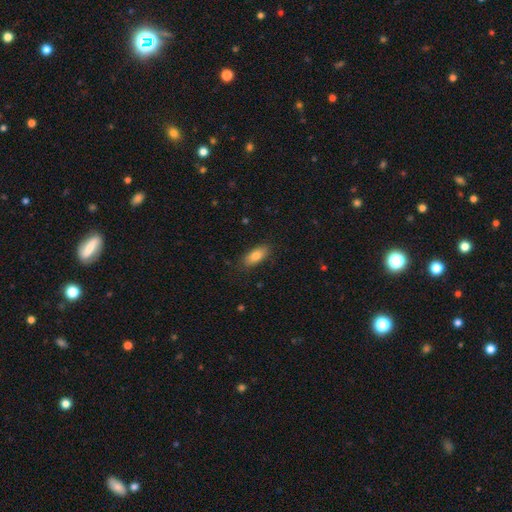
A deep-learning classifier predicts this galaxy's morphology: This appears to be a smooth galaxy with no disk features (83%) that is in between round and cigar-shaped (82%). Merging: none (84%).